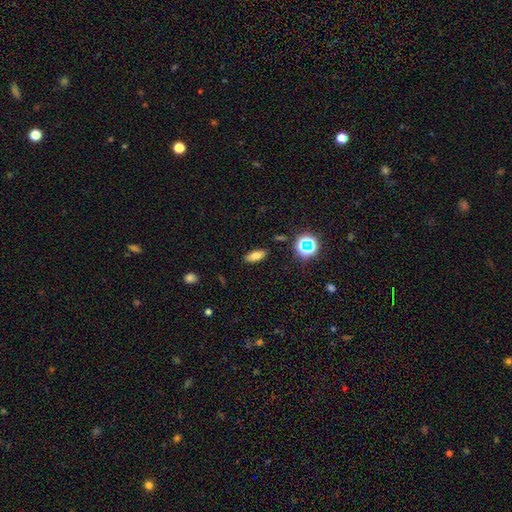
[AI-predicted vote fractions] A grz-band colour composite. It shows a smooth galaxy with no disk features (71%) that is in between round and cigar-shaped (77%). Merging: none (87%).